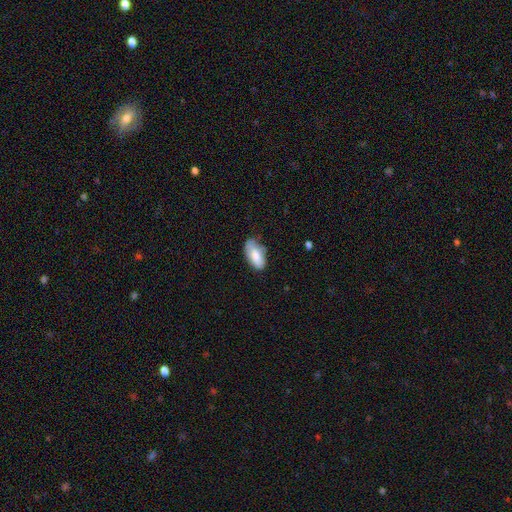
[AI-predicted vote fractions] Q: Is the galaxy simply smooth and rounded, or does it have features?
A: smooth — 78%.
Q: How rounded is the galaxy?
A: in between — 92%.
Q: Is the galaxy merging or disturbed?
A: none — 58%.